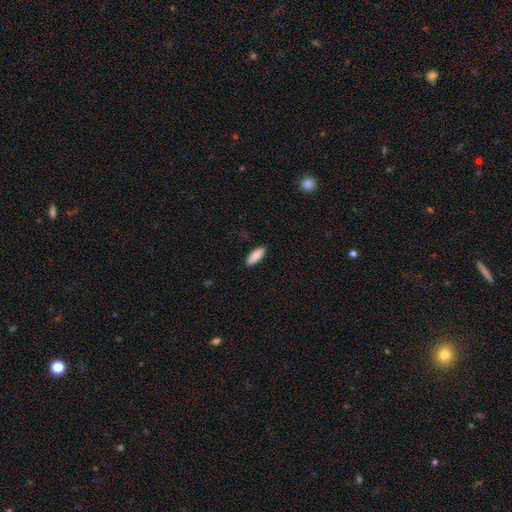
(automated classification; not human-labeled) This appears to be a smooth galaxy with no disk features (89%) that is in between round and cigar-shaped (70%). Merging: none (89%).